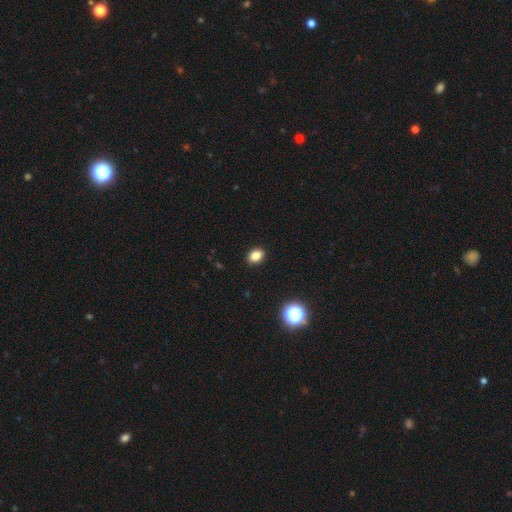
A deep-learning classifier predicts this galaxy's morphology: smooth 84%, star or artifact 12%, featured or disk 5%. Down the decision tree: how rounded — in between (66%); merging — none (90%).